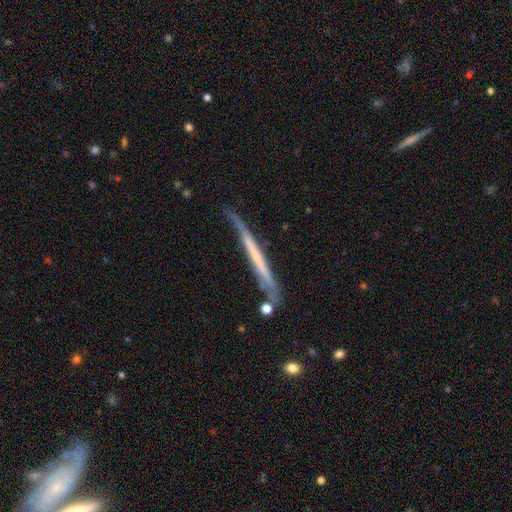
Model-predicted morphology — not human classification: Smooth or featured? featured or disk (58%)
Edge-on disk? yes (92%)
Edge-on bulge? none (86%)
Merging? none (62%)